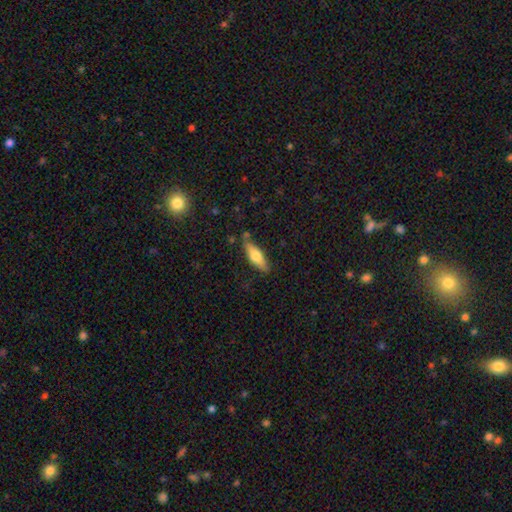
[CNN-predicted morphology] Smooth or featured: smooth — 62% (featured or disk — 32%)
How rounded: cigar-shaped — 53% (in between — 45%)
Merging: none — 78% (minor disturbance — 15%)